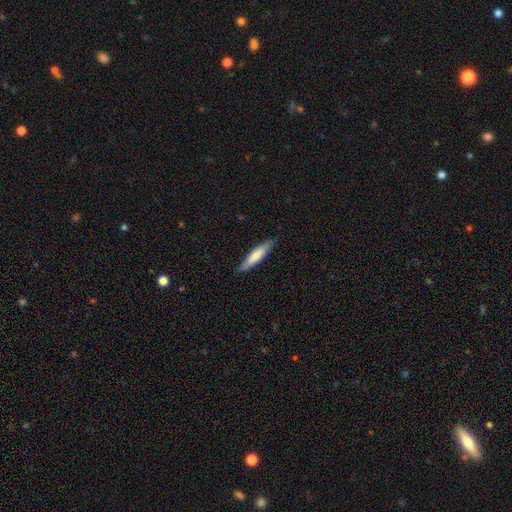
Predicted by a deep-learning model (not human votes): Smooth or featured?
  - smooth: 67% *
  - featured or disk: 28%
  - star or artifact: 5%
How rounded?
  - cigar-shaped: 84% *
  - in between: 15%
  - round: 1%
Merging?
  - none: 86% *
  - minor disturbance: 11%
  - major disturbance: 2%
  - merger: 1%